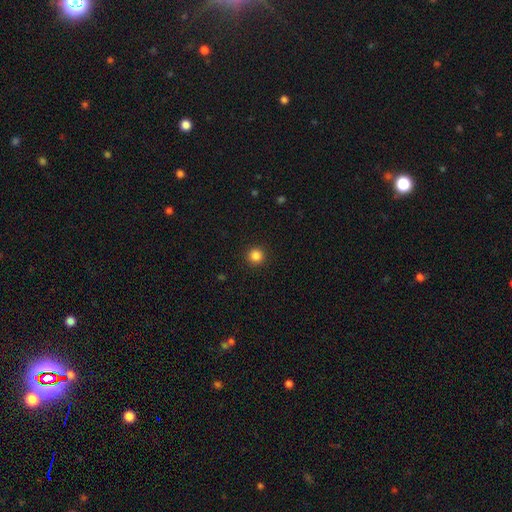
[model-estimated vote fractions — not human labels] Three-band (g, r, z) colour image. It shows a smooth galaxy with no disk features (85%) that is round (95%). Merging: none (93%).